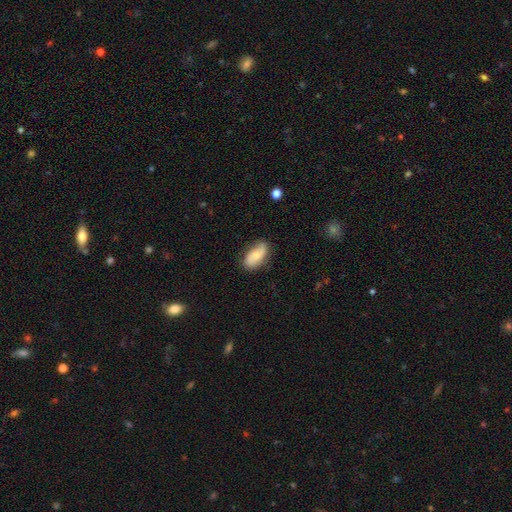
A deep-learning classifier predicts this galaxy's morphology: Overall: smooth (57%; featured or disk 36%). How rounded: in between (91%). Merging: none (75%).